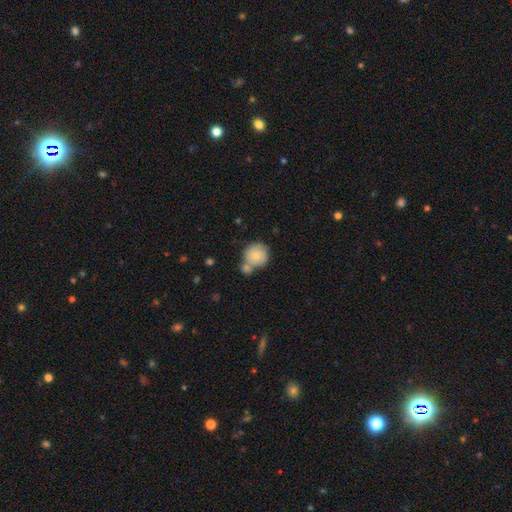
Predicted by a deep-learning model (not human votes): This appears to be a smooth galaxy with no disk features (74%) that is round (86%). Merging: none (42%).